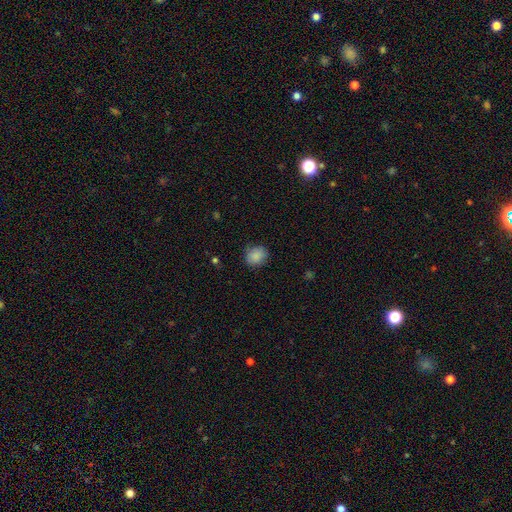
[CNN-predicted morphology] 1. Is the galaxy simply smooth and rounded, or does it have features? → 87% smooth, 8% star or artifact, 5% featured or disk.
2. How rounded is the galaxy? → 73% round, 26% in between, 1% cigar-shaped.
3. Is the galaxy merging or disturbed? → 79% none, 17% minor disturbance, 3% major disturbance, 1% merger.